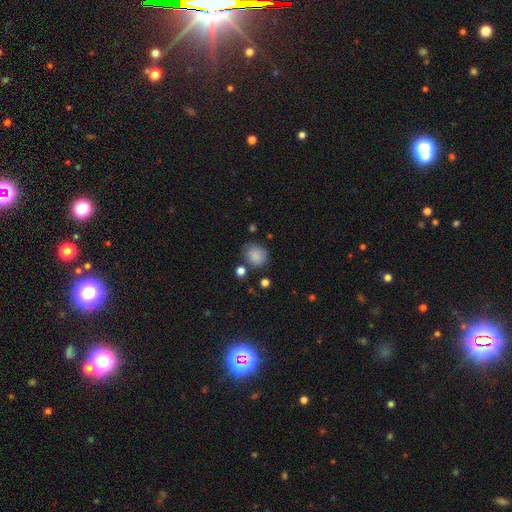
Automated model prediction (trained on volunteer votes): smooth_or_featured: smooth (p=0.83) [alt: star or artifact p=0.11]
how_rounded: round (p=0.75) [alt: in between p=0.24]
merging: none (p=0.70) [alt: minor disturbance p=0.19]